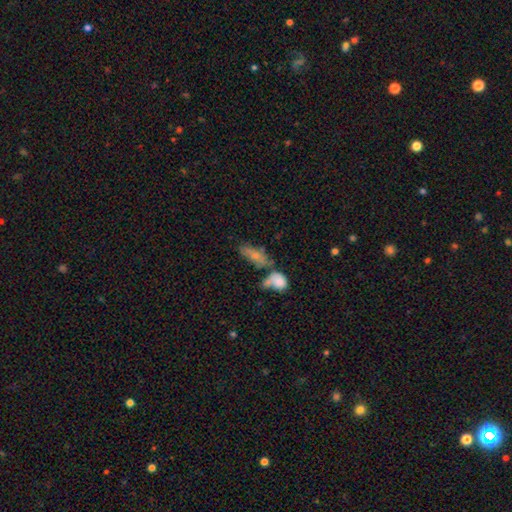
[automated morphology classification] smooth 63%, featured or disk 28%, star or artifact 10%. Down the decision tree: how rounded — in between (74%); merging — merger (36%).